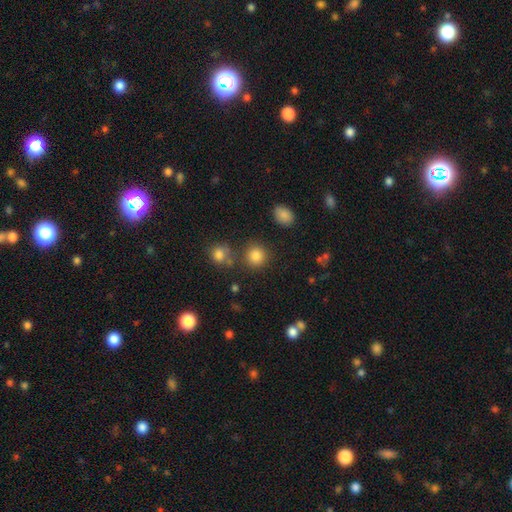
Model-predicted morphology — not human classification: Smooth or featured? Predicted: smooth (p=0.84). How rounded? Predicted: round (p=0.90). Merging? Predicted: none (p=0.80).